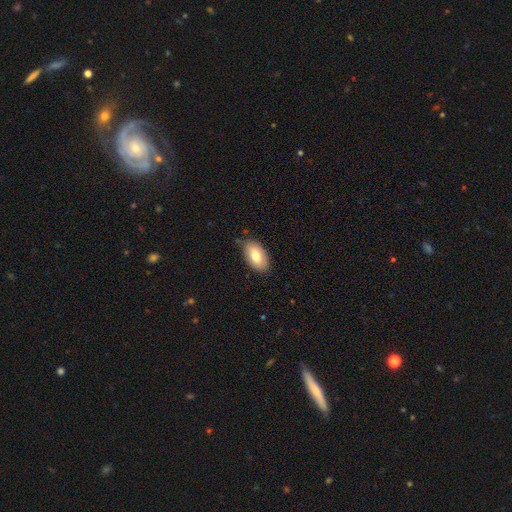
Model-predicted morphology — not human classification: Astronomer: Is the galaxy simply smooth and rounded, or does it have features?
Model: smooth — 77%.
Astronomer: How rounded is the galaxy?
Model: in between — 94%.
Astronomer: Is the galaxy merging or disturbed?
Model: none — 80%.